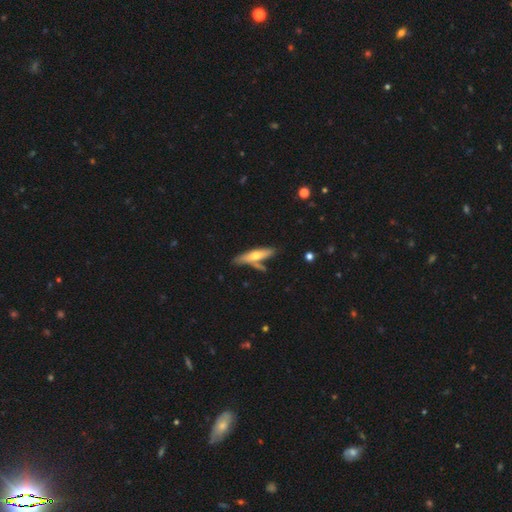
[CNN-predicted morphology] Smooth or featured?
  - smooth: 51% *
  - featured or disk: 43%
  - star or artifact: 6%
How rounded?
  - cigar-shaped: 72% *
  - in between: 26%
  - round: 2%
Merging?
  - none: 62% *
  - minor disturbance: 17%
  - merger: 16%
  - major disturbance: 5%